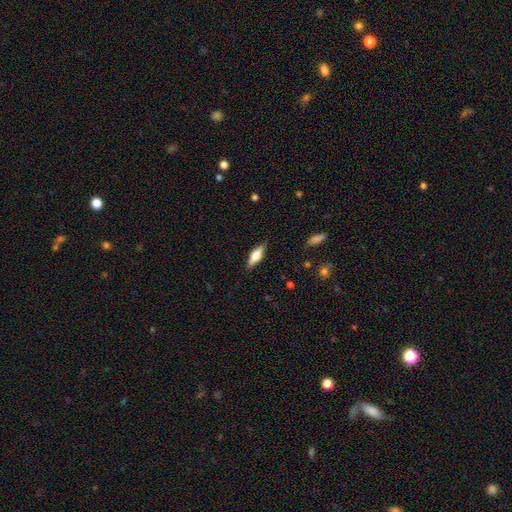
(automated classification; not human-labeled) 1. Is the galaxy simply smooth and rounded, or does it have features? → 48% smooth, 45% featured or disk, 6% star or artifact.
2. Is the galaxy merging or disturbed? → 85% none, 11% minor disturbance, 2% major disturbance, 1% merger.